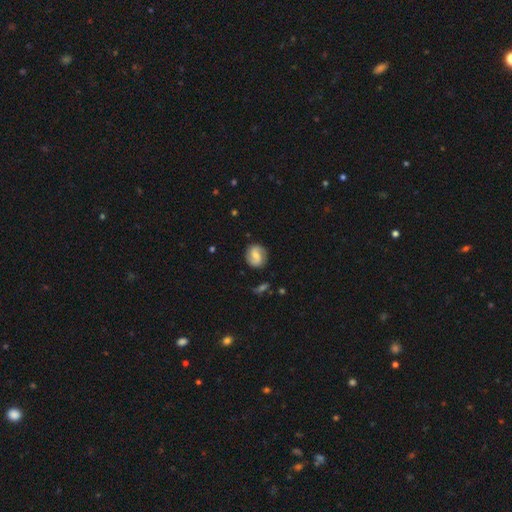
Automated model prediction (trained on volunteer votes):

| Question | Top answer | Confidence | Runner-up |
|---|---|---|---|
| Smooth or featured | featured or disk | 65% | smooth (29%) |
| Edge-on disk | no | 97% | yes (3%) |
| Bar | weak | 49% | no (32%) |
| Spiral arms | yes | 91% | no (9%) |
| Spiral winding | medium | 43% | loose (30%) |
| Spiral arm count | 2 | 87% | can't tell (6%) |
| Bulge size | moderate | 44% | small (41%) |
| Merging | none | 82% | minor disturbance (13%) |